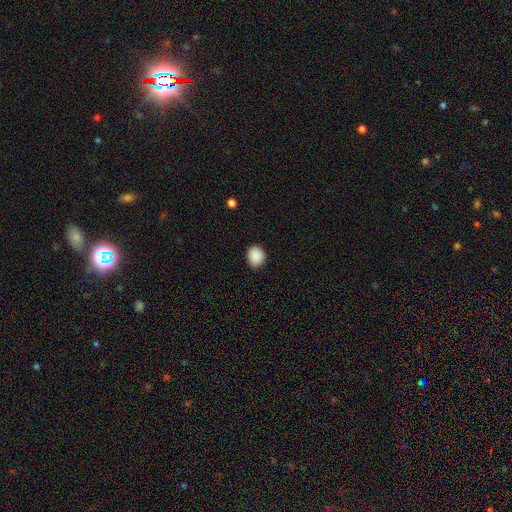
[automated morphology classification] A smooth galaxy with no disk features (90%) that is round (71%).

Vote fractions:
- Smooth or featured? smooth: 90% / star or artifact: 8% / featured or disk: 2%
- How rounded? round: 71% / in between: 28% / cigar-shaped: 1%
- Merging? none: 89% / minor disturbance: 8% / major disturbance: 2% / merger: 1%